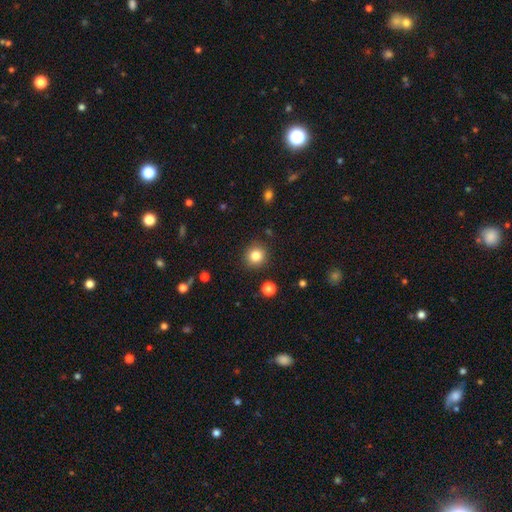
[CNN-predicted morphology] smooth 83%, star or artifact 11%, featured or disk 6%. Down the decision tree: how rounded — round (90%); merging — none (90%).